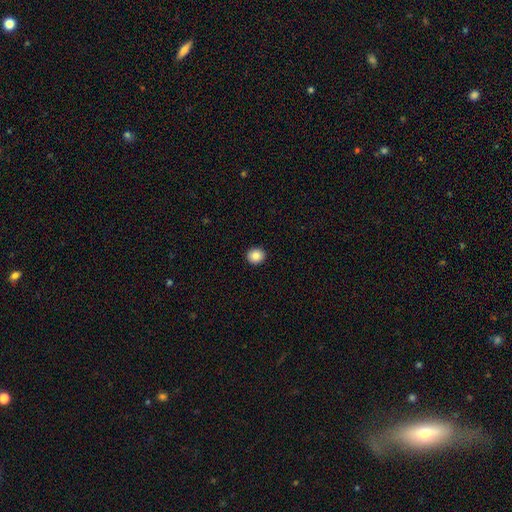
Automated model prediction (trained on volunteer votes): Overall: smooth (86%). How rounded: round (84%). Merging: none (93%).